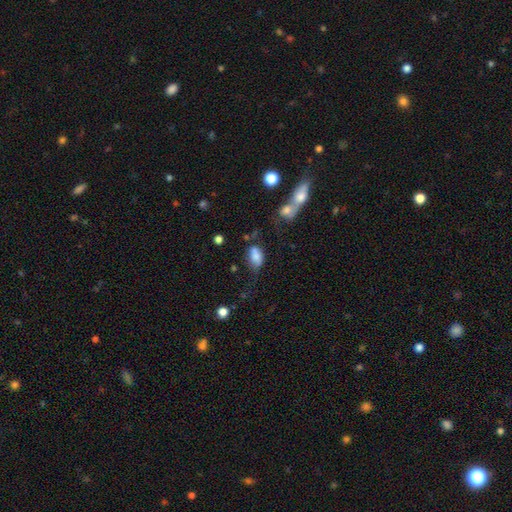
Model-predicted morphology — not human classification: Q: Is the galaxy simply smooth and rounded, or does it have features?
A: smooth — 72%.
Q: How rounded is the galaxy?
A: in between — 85%.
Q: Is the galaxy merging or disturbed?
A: none — 35%.